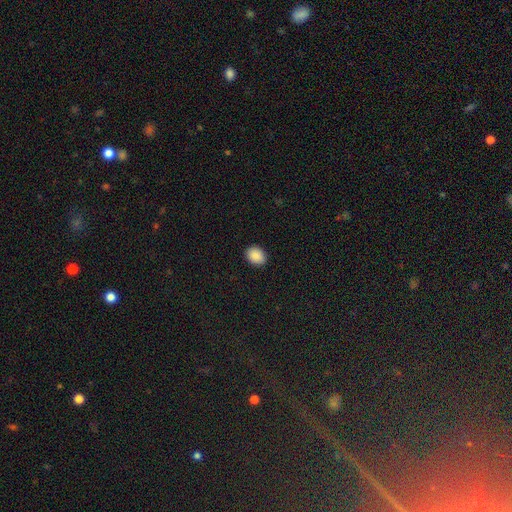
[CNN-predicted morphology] type=smooth (89%); roundness=in between (64%); merging=none (91%).